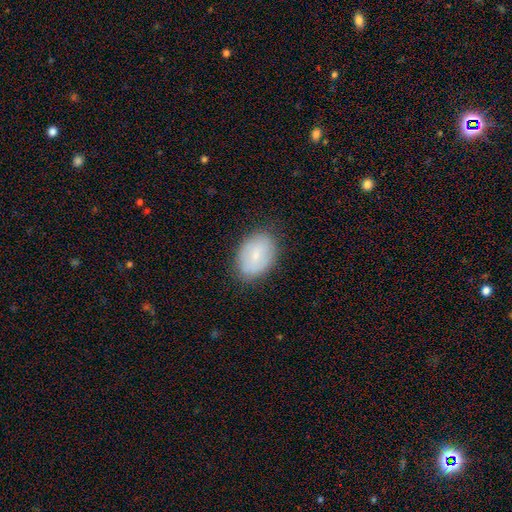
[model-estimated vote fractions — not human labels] A smooth galaxy with no disk features (68%) that is in between round and cigar-shaped (81%). Merging: none (81%).